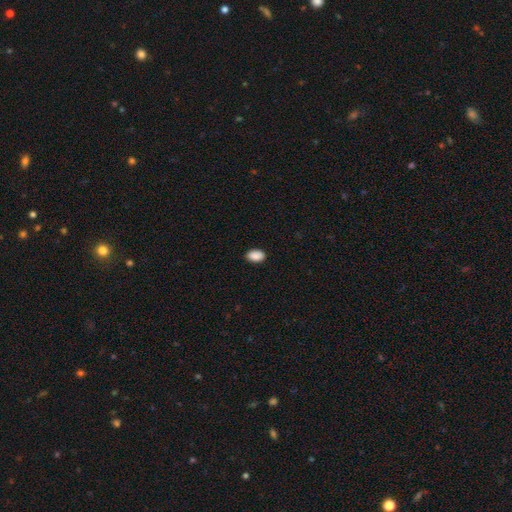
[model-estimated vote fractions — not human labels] smooth-or-featured: smooth: 90% | star or artifact: 7% | featured or disk: 3%
  how-rounded: in between: 91% | round: 8% | cigar-shaped: 1%
  merging: none: 88% | minor disturbance: 9% | major disturbance: 2% | merger: 1%